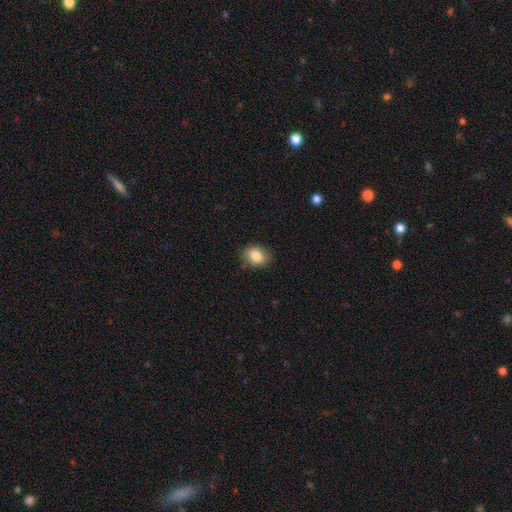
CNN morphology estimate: This is clearly a smooth galaxy (83%). How rounded: likely in between (65%). Merging: clearly none (83%).